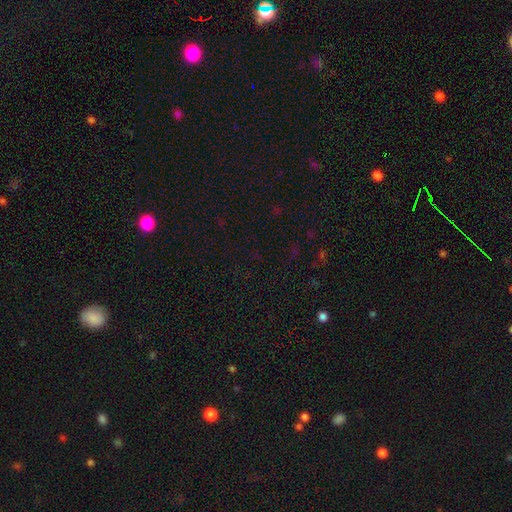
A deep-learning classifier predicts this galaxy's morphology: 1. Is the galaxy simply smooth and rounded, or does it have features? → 71% star or artifact, 21% smooth, 8% featured or disk.